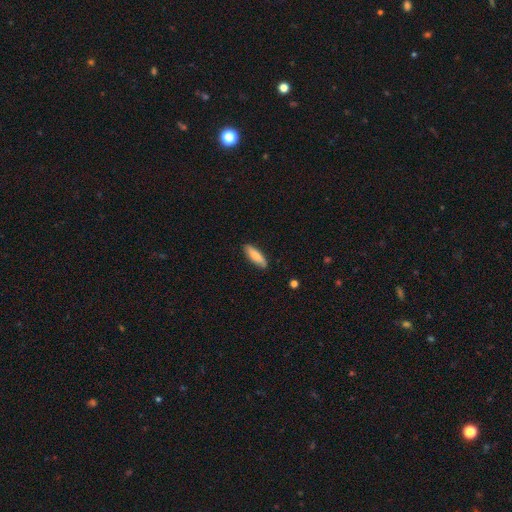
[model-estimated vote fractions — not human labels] This is likely a smooth galaxy (79%). How rounded: possibly cigar-shaped (56%). Merging: clearly none (86%).